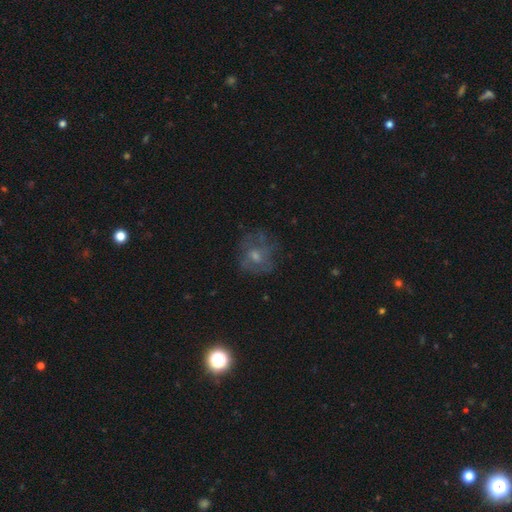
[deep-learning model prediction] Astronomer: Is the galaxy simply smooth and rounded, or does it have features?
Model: featured or disk — 43% (runner-up: smooth, 36%).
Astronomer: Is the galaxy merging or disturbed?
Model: none — 67%.